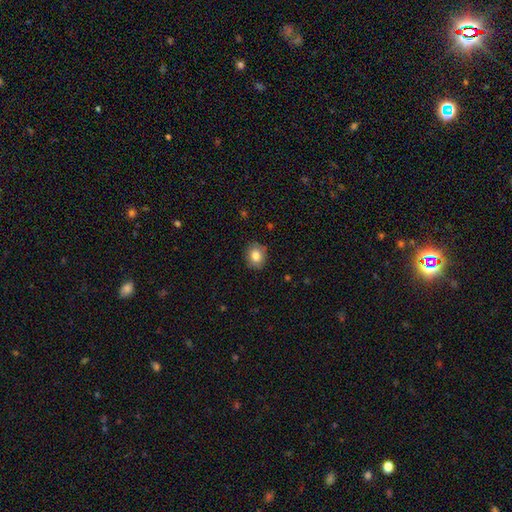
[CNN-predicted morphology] This is clearly a smooth galaxy (83%). How rounded: possibly round (58%). Merging: clearly none (84%).